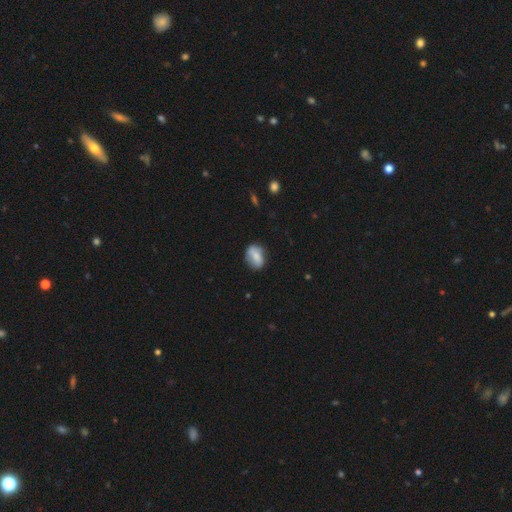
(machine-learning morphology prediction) type=smooth (67%); roundness=in between (74%); merging=none (71%).